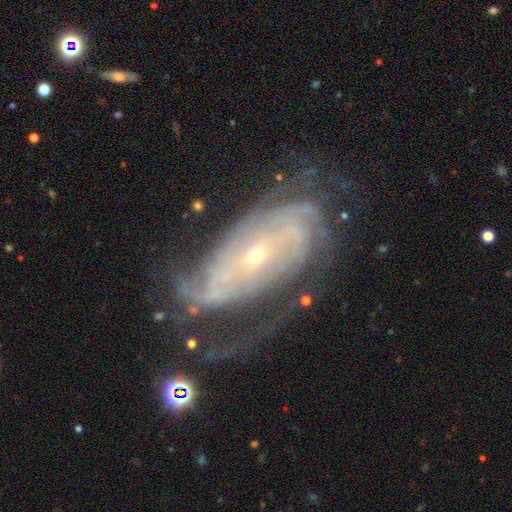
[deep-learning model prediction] Smooth or featured? Predicted: featured or disk (p=0.86). Edge-on disk? Predicted: no (p=0.93). Bar? Predicted: no (p=0.60). Spiral arms? Predicted: yes (p=0.94). Spiral winding? Predicted: tight (p=0.67). Spiral arm count? Predicted: can't tell (p=0.39). Bulge size? Predicted: small (p=0.78). Merging? Predicted: none (p=0.56).